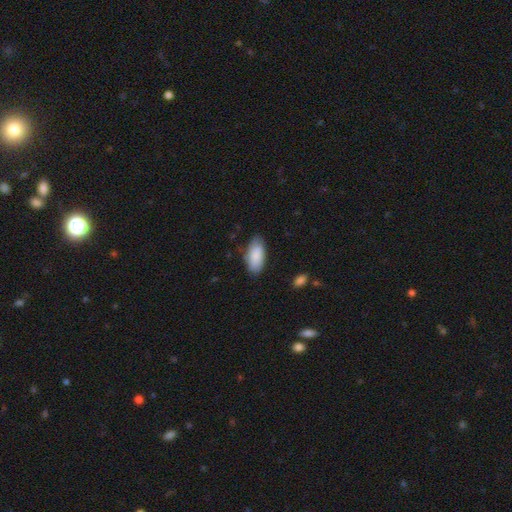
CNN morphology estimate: Smooth or featured? smooth (86%)
How rounded? in between (90%)
Merging? none (78%)